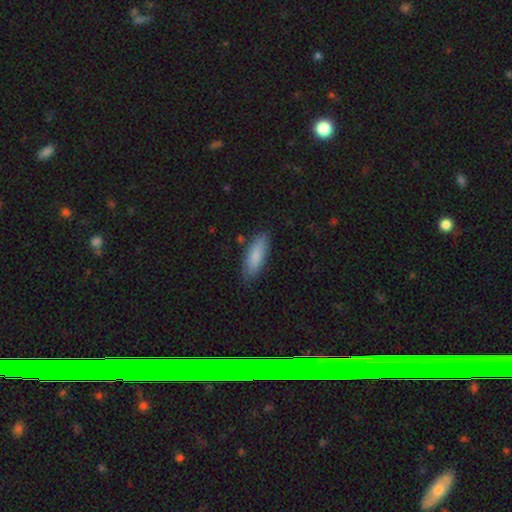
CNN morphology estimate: Smooth or featured?
  - smooth: 84% *
  - featured or disk: 10%
  - star or artifact: 6%
How rounded?
  - in between: 63% *
  - cigar-shaped: 36%
  - round: 2%
Merging?
  - none: 81% *
  - minor disturbance: 14%
  - major disturbance: 3%
  - merger: 2%